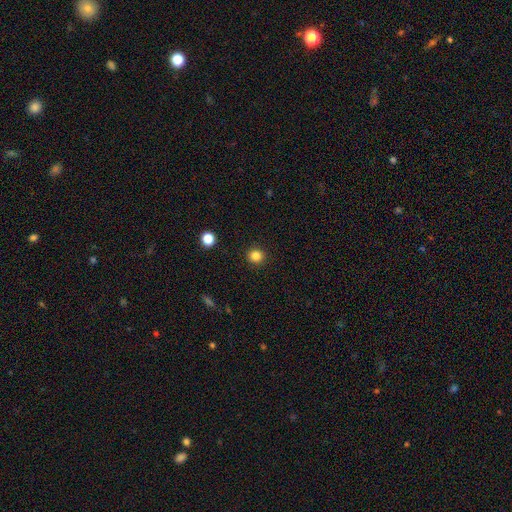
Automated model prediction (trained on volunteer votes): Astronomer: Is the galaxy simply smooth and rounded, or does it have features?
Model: smooth — 83%.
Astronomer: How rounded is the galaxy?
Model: round — 92%.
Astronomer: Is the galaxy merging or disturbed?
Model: none — 92%.